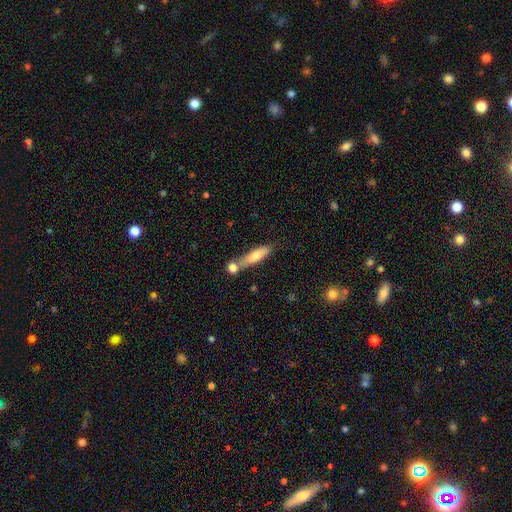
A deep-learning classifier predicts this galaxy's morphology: smooth-or-featured: smooth: 65% | featured or disk: 28% | star or artifact: 7%
  how-rounded: cigar-shaped: 71% | in between: 27% | round: 2%
  merging: none: 57% | merger: 26% | minor disturbance: 13% | major disturbance: 4%